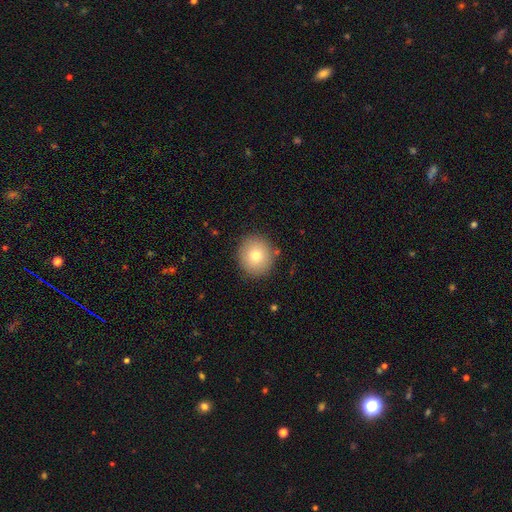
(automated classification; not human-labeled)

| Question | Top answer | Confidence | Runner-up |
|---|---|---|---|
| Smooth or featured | smooth | 77% | featured or disk (13%) |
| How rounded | round | 90% | in between (9%) |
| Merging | none | 88% | minor disturbance (8%) |